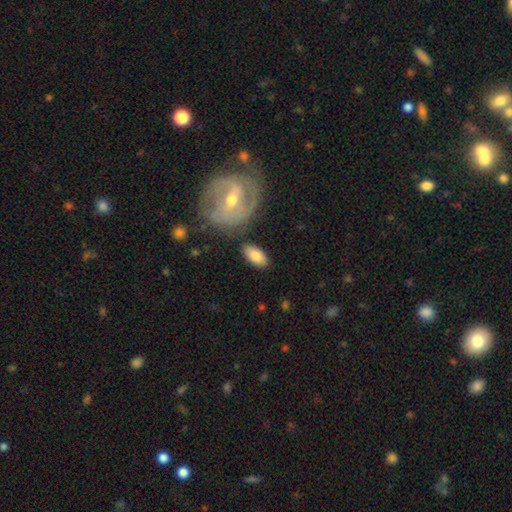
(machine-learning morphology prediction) Smooth or featured? smooth (81%)
How rounded? in between (93%)
Merging? none (79%)